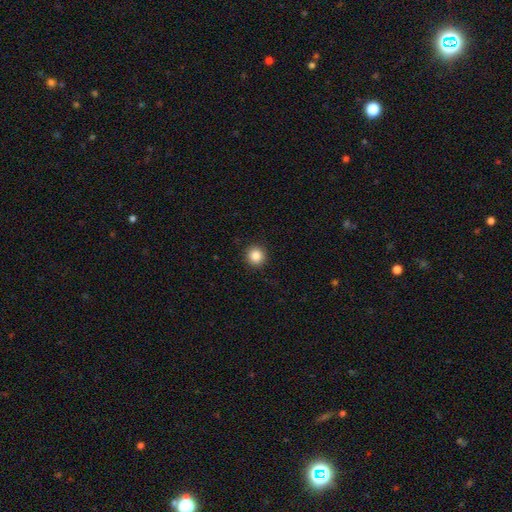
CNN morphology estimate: This appears to be a smooth galaxy with no disk features (86%) that is round (94%). Merging: none (92%).